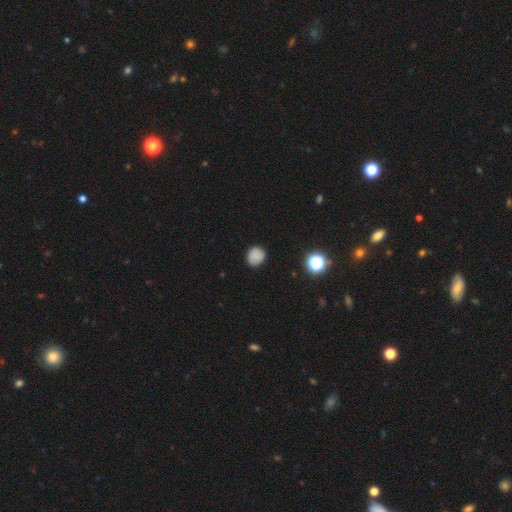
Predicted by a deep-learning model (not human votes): Smooth or featured? smooth (82%)
How rounded? round (80%)
Merging? none (83%)